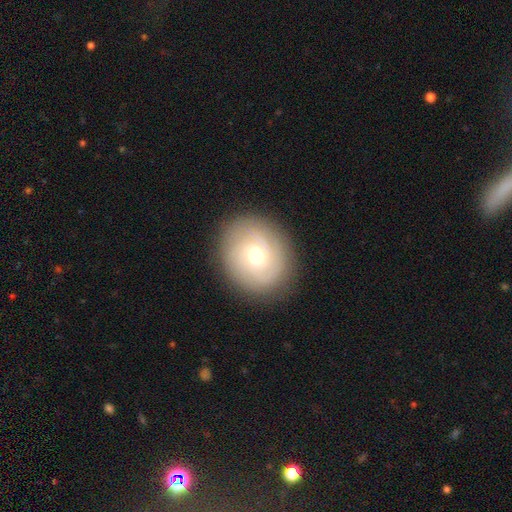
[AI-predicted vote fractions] smooth_or_featured: featured or disk (p=0.70) [alt: smooth p=0.23]
disk_edge_on: no (p=0.97) [alt: yes p=0.03]
bar: no (p=0.76) [alt: weak p=0.21]
has_spiral_arms: yes (p=0.92) [alt: no p=0.08]
spiral_winding: tight (p=0.72) [alt: medium p=0.23]
spiral_arm_count: can't tell (p=0.31) [alt: 3 p=0.27]
bulge_size: moderate (p=0.52) [alt: small p=0.42]
merging: none (p=0.86) [alt: minor disturbance p=0.10]